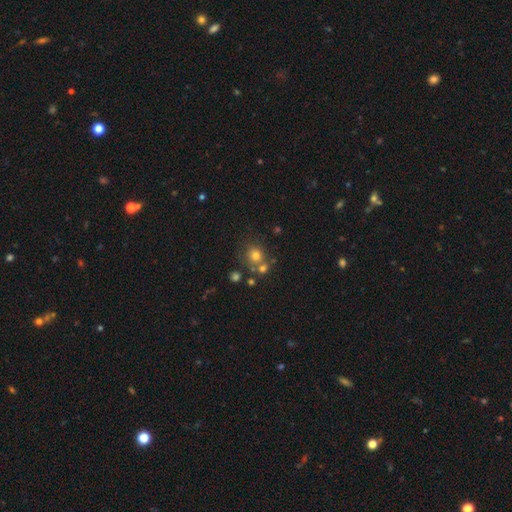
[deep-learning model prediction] Smooth or featured?
  - smooth: 73% *
  - star or artifact: 16%
  - featured or disk: 12%
How rounded?
  - round: 85% *
  - in between: 14%
  - cigar-shaped: 1%
Merging?
  - none: 60% *
  - merger: 25%
  - minor disturbance: 11%
  - major disturbance: 5%